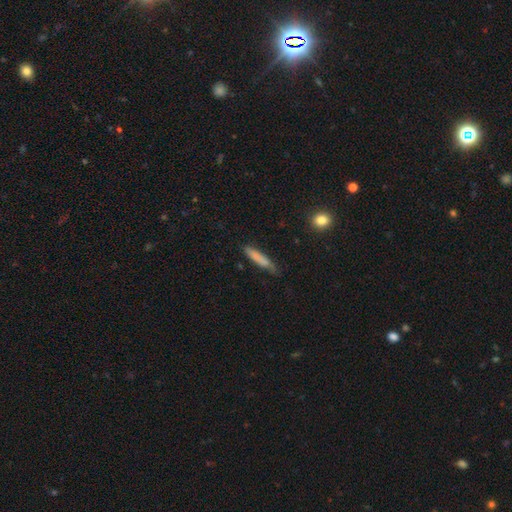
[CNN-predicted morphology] Smooth or featured? smooth (75%)
How rounded? cigar-shaped (91%)
Merging? none (76%)